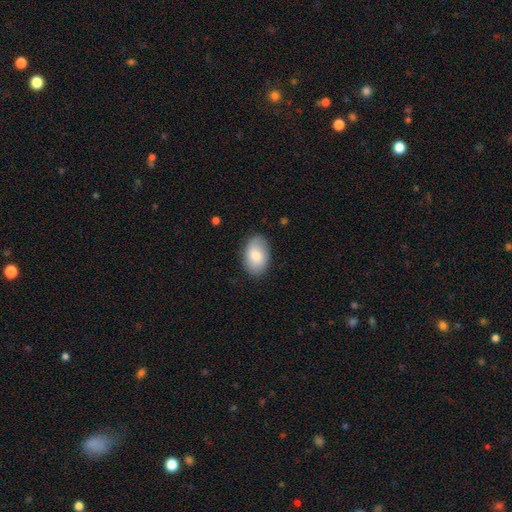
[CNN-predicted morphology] Smooth or featured? Predicted: smooth (p=0.78). How rounded? Predicted: in between (p=0.90). Merging? Predicted: none (p=0.83).